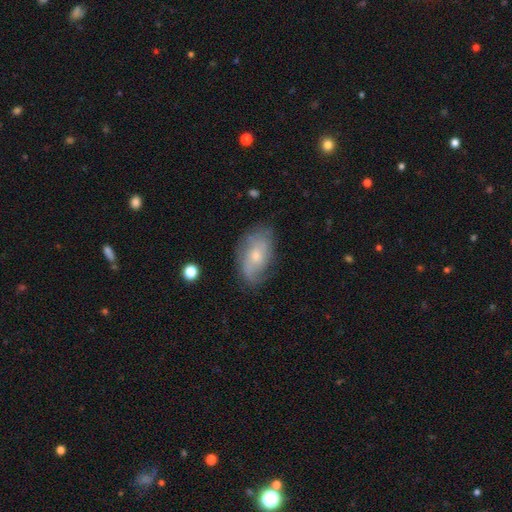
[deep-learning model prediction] featured or disk 57%, smooth 34%, star or artifact 9%. Down the decision tree: edge-on disk — no (94%); bar — no (74%); spiral arms — yes (80%); bulge size — small (53%); merging — none (70%).